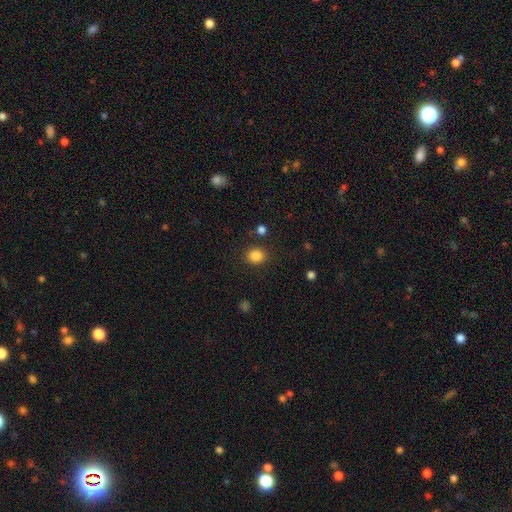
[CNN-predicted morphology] A smooth galaxy with no disk features (85%) that is round (68%).

Vote fractions:
- Smooth or featured? smooth: 85% / star or artifact: 11% / featured or disk: 4%
- How rounded? round: 68% / in between: 31% / cigar-shaped: 1%
- Merging? none: 86% / minor disturbance: 8% / major disturbance: 3% / merger: 3%